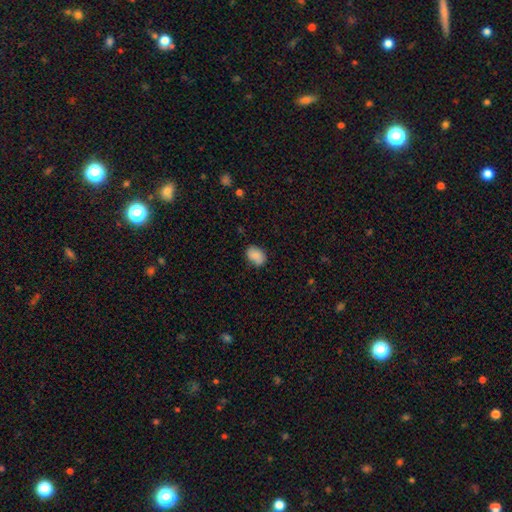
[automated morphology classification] This appears to be a smooth galaxy with no disk features (83%) that is in between round and cigar-shaped (75%). Merging: none (70%).